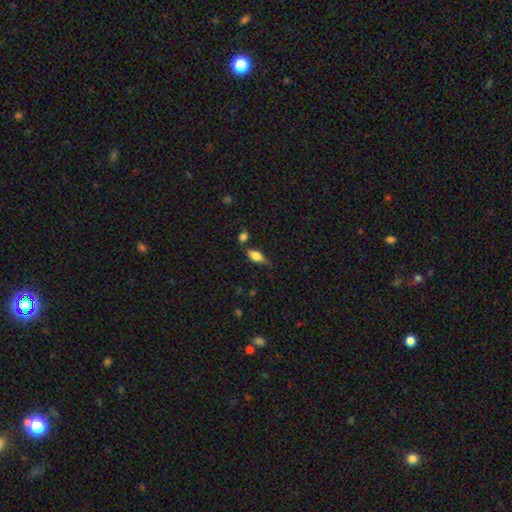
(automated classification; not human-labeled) smooth_or_featured: smooth (p=0.72) [alt: featured or disk p=0.20]
how_rounded: in between (p=0.82) [alt: cigar-shaped p=0.13]
merging: none (p=0.52) [alt: minor disturbance p=0.27]